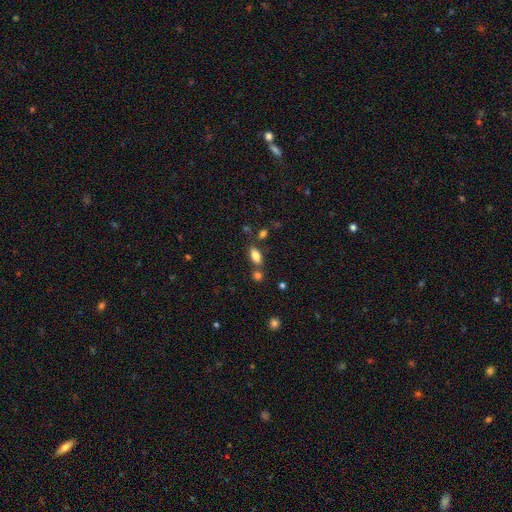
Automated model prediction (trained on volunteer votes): Morphology: type=smooth (82%); roundness=in between (88%); merging=none (69%).